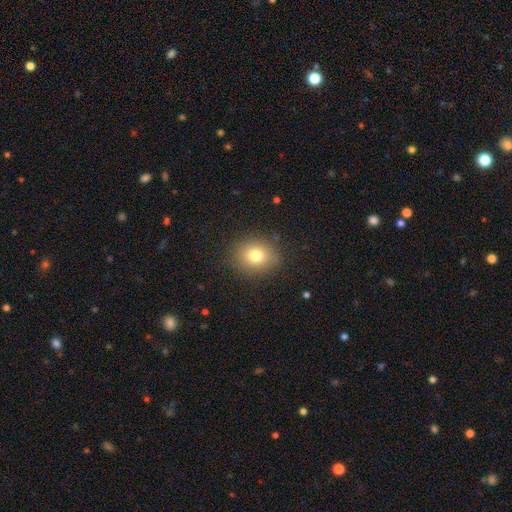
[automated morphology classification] smooth-or-featured: smooth: 78% | star or artifact: 12% | featured or disk: 10%
  how-rounded: round: 61% | in between: 38% | cigar-shaped: 1%
  merging: none: 86% | minor disturbance: 10% | major disturbance: 3% | merger: 1%